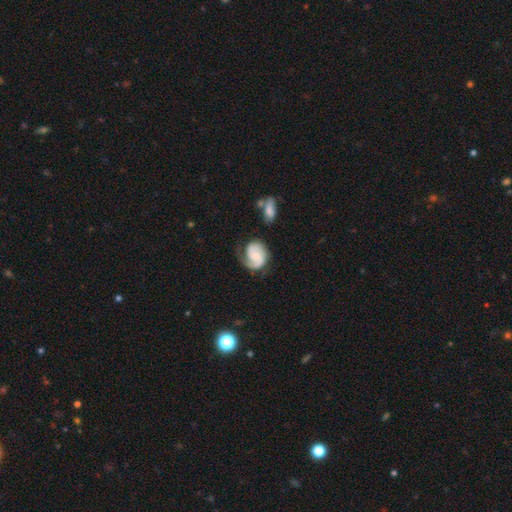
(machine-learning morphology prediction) A featured or disk galaxy (77%) with no bar (58%), 2 (59%) medium (41%, tied with tight) spiral arms (96%) and a small central bulge (49%).

Vote fractions:
- Smooth or featured? featured or disk: 77% / smooth: 18% / star or artifact: 5%
- Edge-on disk? no: 98% / yes: 2%
- Bar? no: 58% / weak: 34% / strong: 7%
- Spiral arms? yes: 96% / no: 4%
- Spiral winding? medium: 41% (tied) / tight: 41% (tied) / loose: 18%
- Spiral arm count? 2: 59% / 1: 31% / can't tell: 6% / 3: 2% / 4: 1% / more than 4: 1%
- Bulge size? small: 49% / moderate: 28% / none: 18% / large: 4% / dominant: 1%
- Merging? none: 57% / minor disturbance: 24% / major disturbance: 15% / merger: 4%